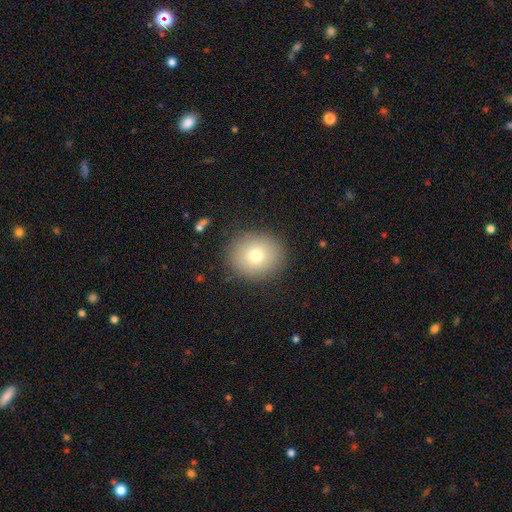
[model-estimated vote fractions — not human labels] The model was most divided on "smooth or featured": smooth: 75%, featured or disk: 14%, star or artifact: 12%. More confident: merging — none (88%); how rounded — round (83%).